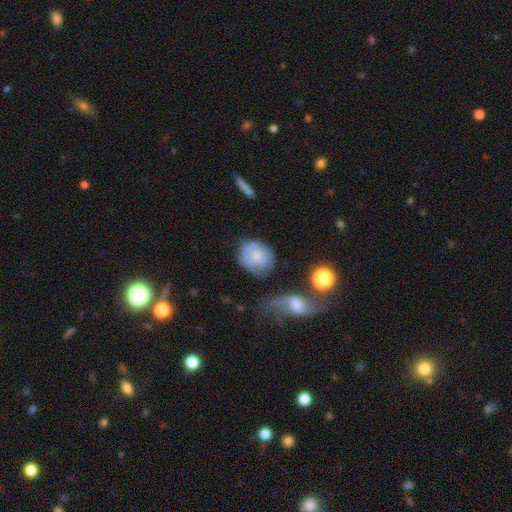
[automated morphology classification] Smooth or featured? smooth (55%)
How rounded? round (63%)
Merging? none (52%)